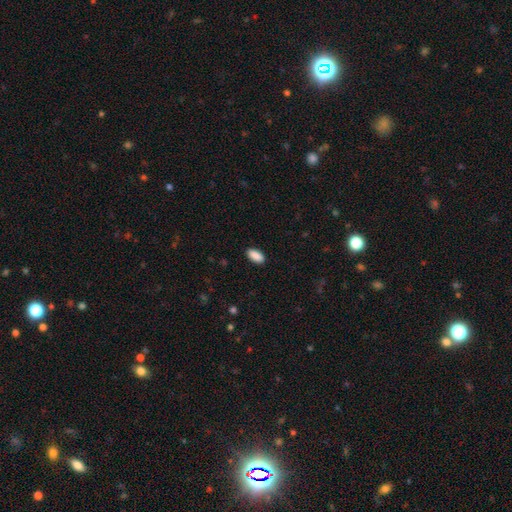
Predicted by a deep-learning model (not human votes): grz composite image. It shows a smooth galaxy with no disk features (90%) that is in between round and cigar-shaped (91%). Merging: none (89%).